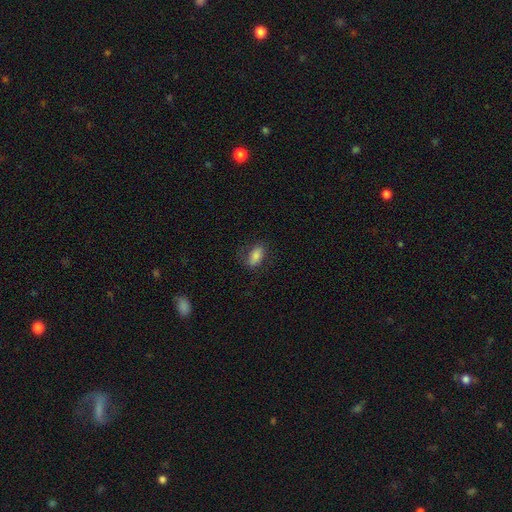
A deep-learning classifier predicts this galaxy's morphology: The model was most divided on "merging": none: 68%, minor disturbance: 21%, major disturbance: 10%, merger: 1%. More confident: how rounded — in between (90%); smooth or featured — smooth (77%).